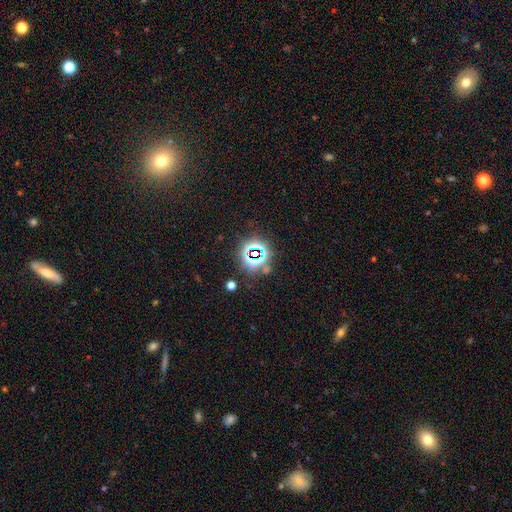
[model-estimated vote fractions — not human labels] Q: Smooth or featured?
A: star or artifact (72%); runner-up: smooth (19%)